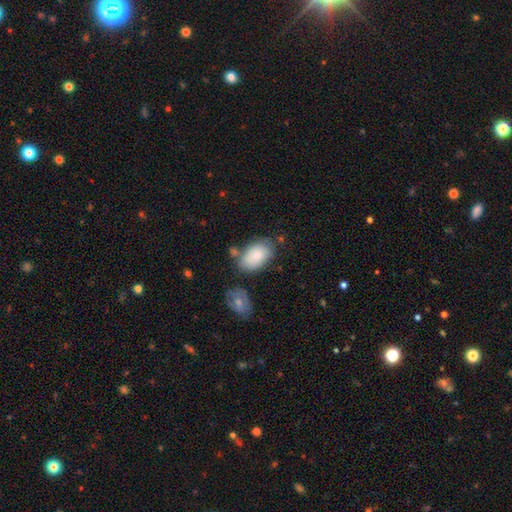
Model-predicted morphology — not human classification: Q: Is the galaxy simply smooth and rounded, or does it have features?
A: smooth — 78%.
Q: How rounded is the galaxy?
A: in between — 91%.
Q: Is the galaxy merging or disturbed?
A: none — 62%.